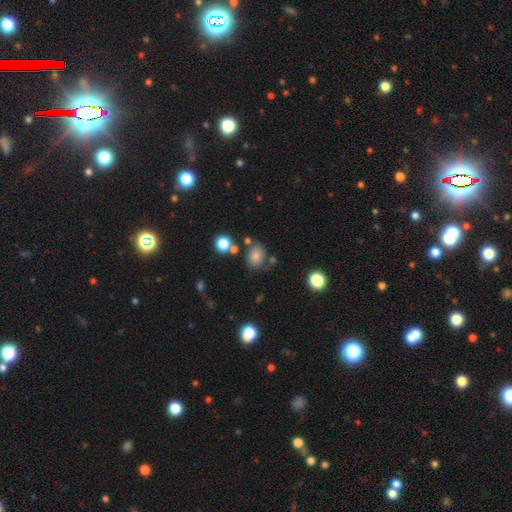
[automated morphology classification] The model was most divided on "how rounded": in between: 57%, round: 42%, cigar-shaped: 1%. More confident: smooth or featured — smooth (78%); merging — none (69%).